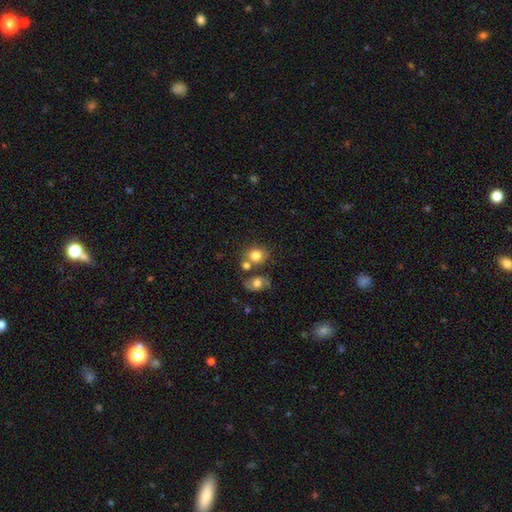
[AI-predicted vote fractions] This appears to be a smooth galaxy with no disk features (78%) that is round (71%). Merging: none (57%).